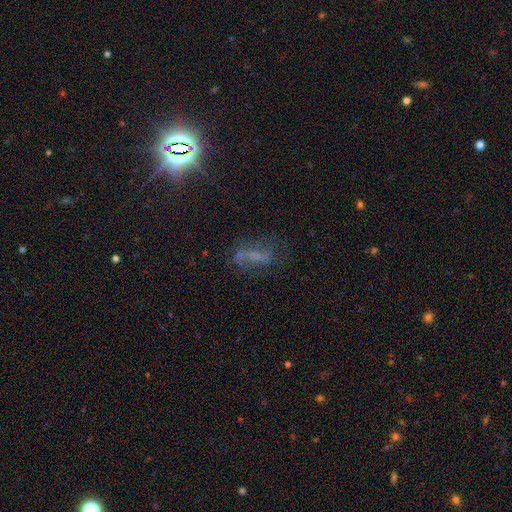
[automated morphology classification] smooth-or-featured: featured or disk: 38% | smooth: 34% | star or artifact: 28%
  merging: none: 49% | major disturbance: 24% | minor disturbance: 23% | merger: 4%